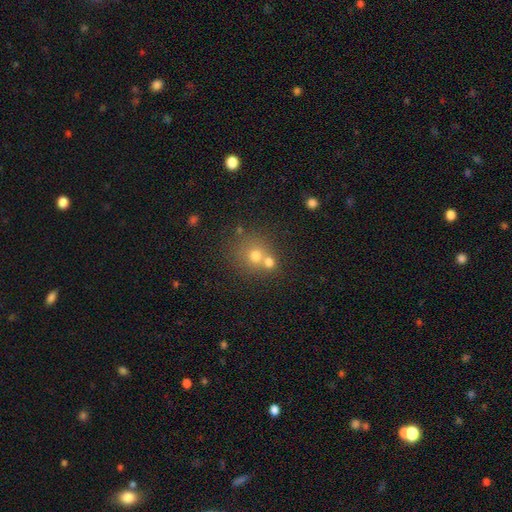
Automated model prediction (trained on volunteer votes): smooth-or-featured: smooth: 67% | star or artifact: 17% | featured or disk: 16%
  how-rounded: round: 85% | in between: 15% | cigar-shaped: 1%
  merging: none: 47% | merger: 42% | minor disturbance: 7% | major disturbance: 3%